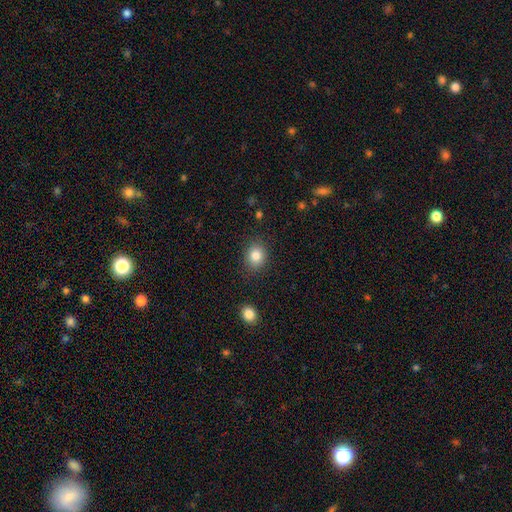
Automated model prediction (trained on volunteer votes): Smooth or featured?
  - smooth: 83% *
  - star or artifact: 10%
  - featured or disk: 7%
How rounded?
  - round: 59% *
  - in between: 40%
  - cigar-shaped: 1%
Merging?
  - none: 86% *
  - minor disturbance: 9%
  - major disturbance: 3%
  - merger: 2%